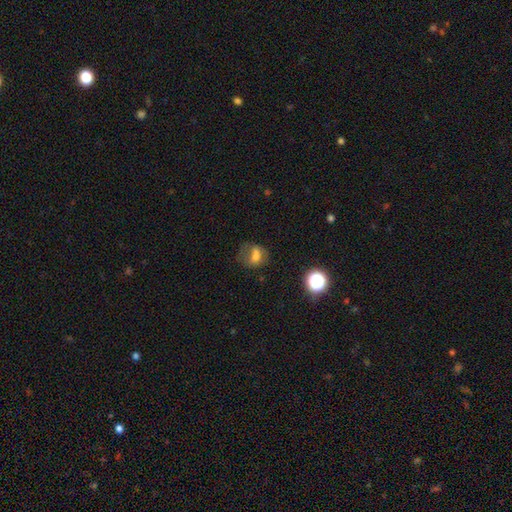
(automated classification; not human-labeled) Smooth or featured? smooth (60%)
How rounded? in between (53%)
Merging? none (44%)